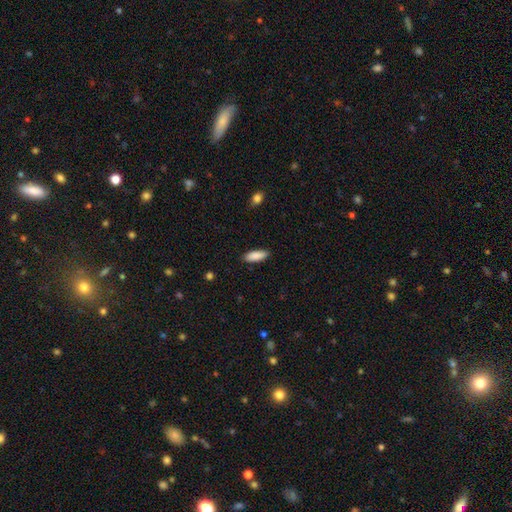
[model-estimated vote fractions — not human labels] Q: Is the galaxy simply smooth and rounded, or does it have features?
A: smooth — 89%.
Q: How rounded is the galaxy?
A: in between — 68%.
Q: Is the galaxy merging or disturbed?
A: none — 87%.